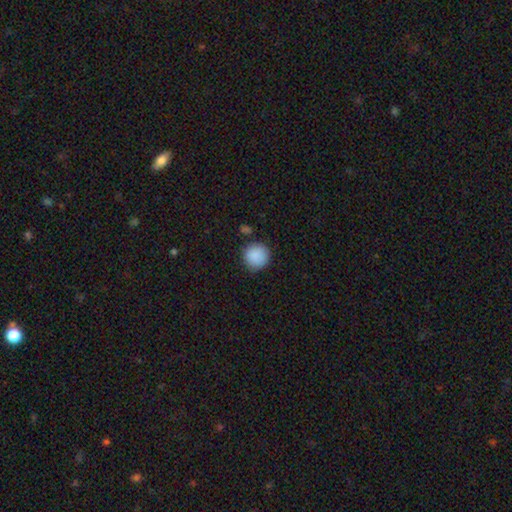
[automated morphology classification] smooth_or_featured: smooth (p=0.89) [alt: star or artifact p=0.08]
how_rounded: round (p=0.94) [alt: in between p=0.05]
merging: none (p=0.85) [alt: minor disturbance p=0.10]